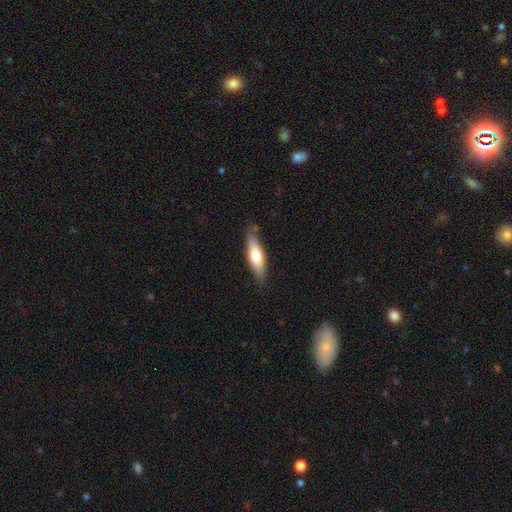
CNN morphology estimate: Smooth or featured? smooth (63%)
How rounded? cigar-shaped (63%)
Merging? none (78%)